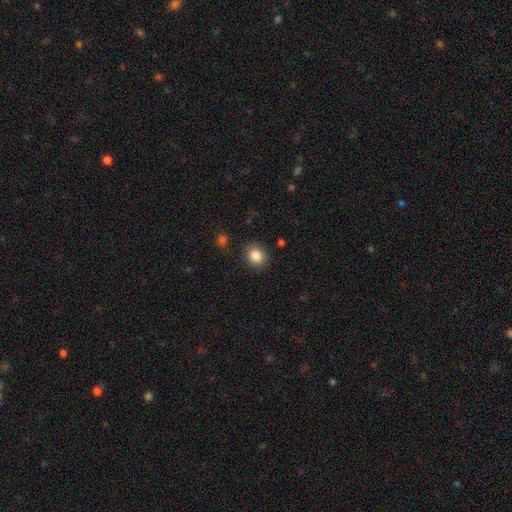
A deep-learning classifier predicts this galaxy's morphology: A smooth galaxy with no disk features (86%) that is round (64%).

Vote fractions:
- Smooth or featured? smooth: 86% / star or artifact: 9% / featured or disk: 4%
- How rounded? round: 64% / in between: 35% / cigar-shaped: 1%
- Merging? none: 84% / minor disturbance: 11% / major disturbance: 3% / merger: 2%